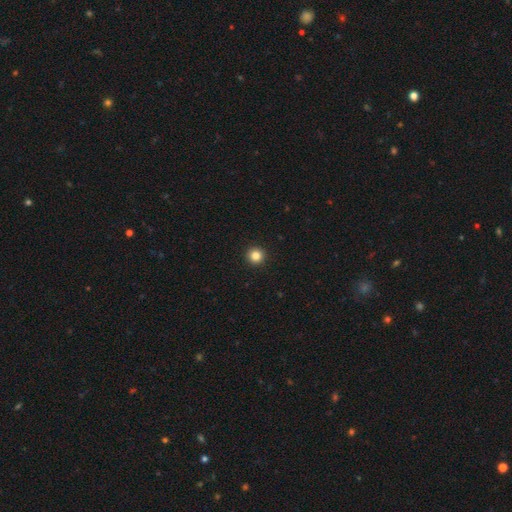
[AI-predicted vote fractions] The model was most divided on "smooth or featured": smooth: 84%, star or artifact: 11%, featured or disk: 5%. More confident: how rounded — round (96%); merging — none (94%).